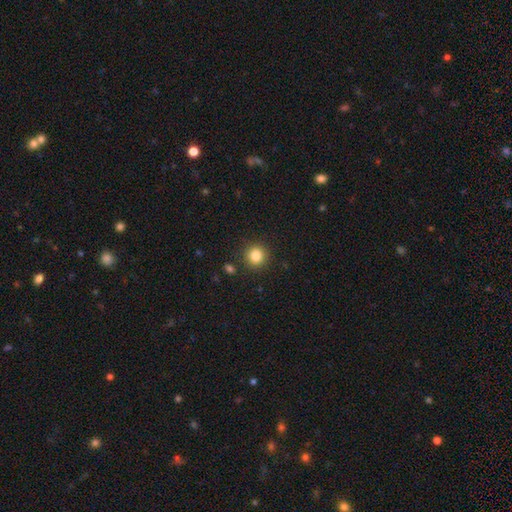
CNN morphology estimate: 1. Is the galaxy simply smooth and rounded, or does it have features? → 84% smooth, 11% star or artifact, 5% featured or disk.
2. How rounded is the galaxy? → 93% round, 7% in between, 1% cigar-shaped.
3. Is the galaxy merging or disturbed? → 90% none, 6% minor disturbance, 2% major disturbance, 2% merger.